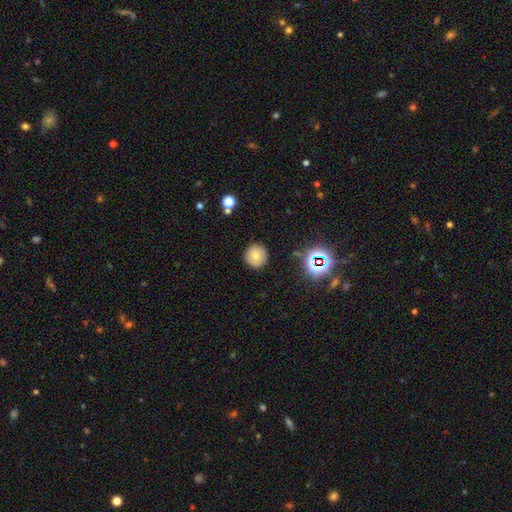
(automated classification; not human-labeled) Smooth or featured?
  - smooth: 70% *
  - featured or disk: 16%
  - star or artifact: 14%
How rounded?
  - round: 94% *
  - in between: 5%
  - cigar-shaped: 1%
Merging?
  - none: 89% *
  - minor disturbance: 8%
  - major disturbance: 2%
  - merger: 2%